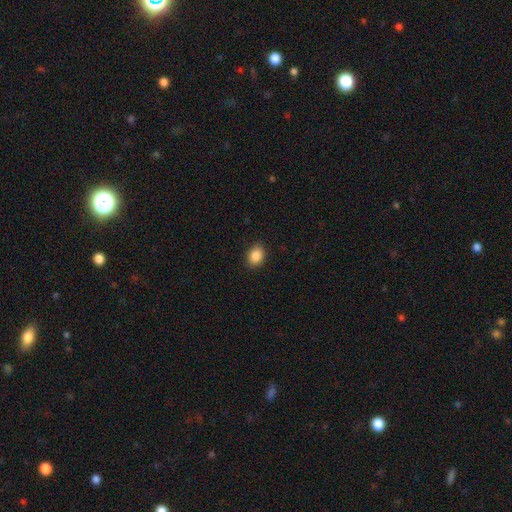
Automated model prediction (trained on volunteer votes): smooth-or-featured: smooth: 87% | star or artifact: 9% | featured or disk: 4%
  how-rounded: in between: 58% | round: 41% | cigar-shaped: 1%
  merging: none: 89% | minor disturbance: 8% | major disturbance: 2% | merger: 1%